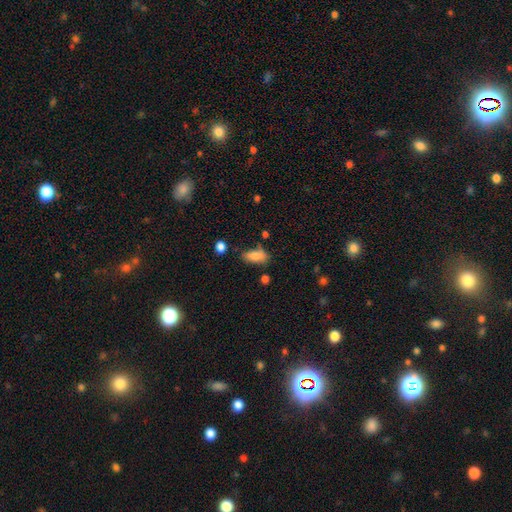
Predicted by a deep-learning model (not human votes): Smooth or featured? smooth (80%)
How rounded? in between (85%)
Merging? none (60%)